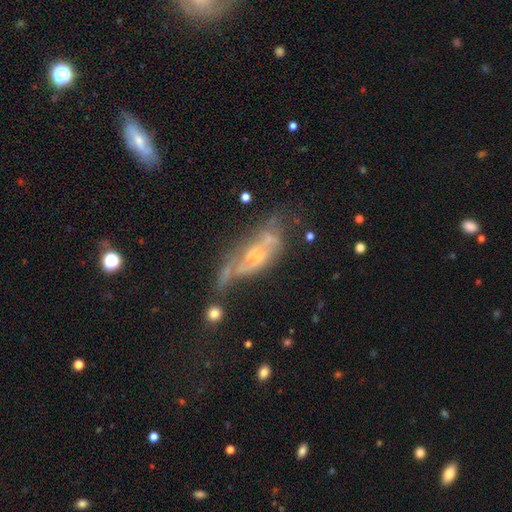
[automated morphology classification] A featured or disk galaxy (63%).

Vote fractions:
- Smooth or featured? featured or disk: 63% / smooth: 24% / star or artifact: 13%
- Edge-on disk? no: 78% / yes: 22%
- Merging? major disturbance: 30% / none: 29% / minor disturbance: 22% / merger: 19%